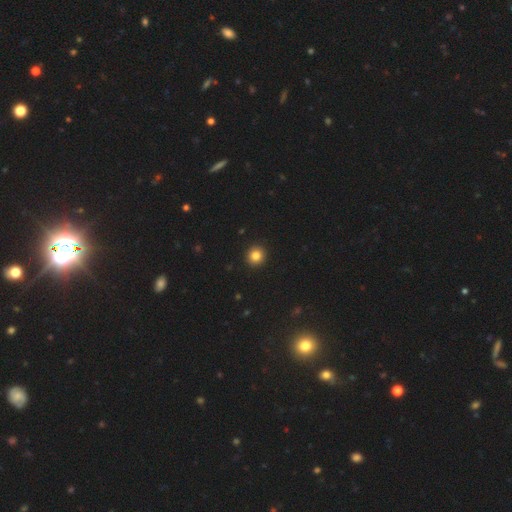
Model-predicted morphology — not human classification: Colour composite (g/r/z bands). It shows a smooth galaxy with no disk features (85%) that is round (92%). Merging: none (93%).